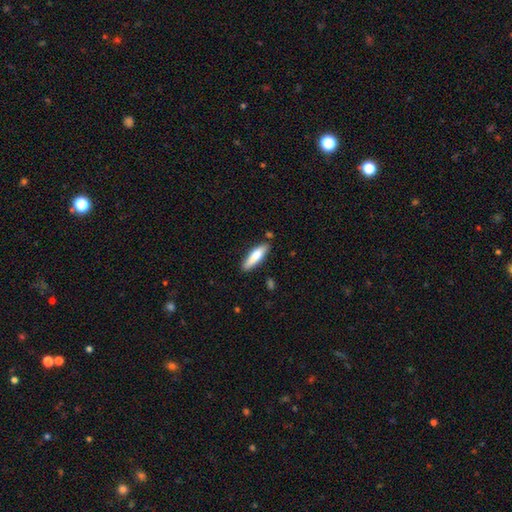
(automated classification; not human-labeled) This appears to be a smooth galaxy with no disk features (78%) that is cigar-shaped (67%). Merging: none (81%).